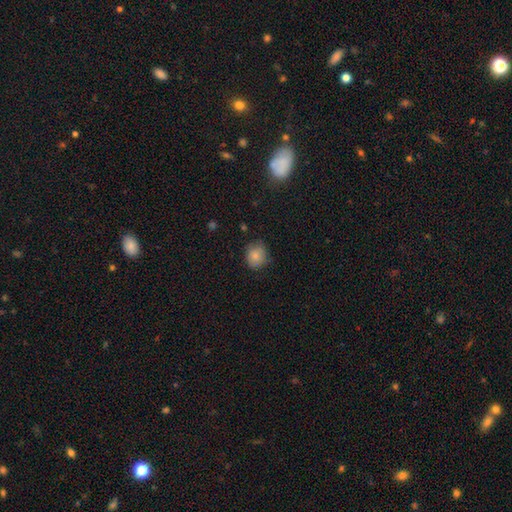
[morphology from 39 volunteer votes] This appears to be a smooth galaxy with no disk features (72%) that is round (82%). Merging: none (67%).